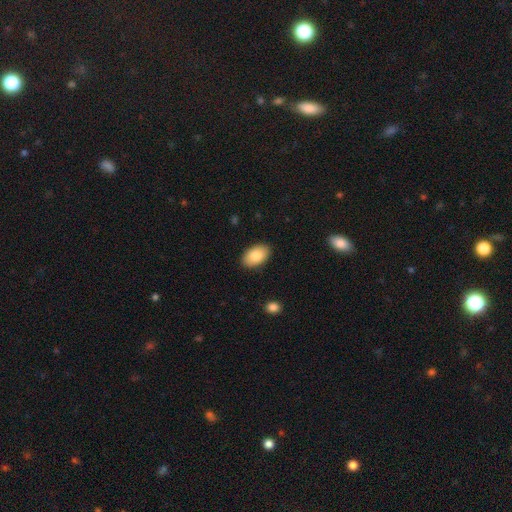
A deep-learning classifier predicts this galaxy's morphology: Smooth or featured? Predicted: smooth (p=0.86). How rounded? Predicted: in between (p=0.93). Merging? Predicted: none (p=0.88).